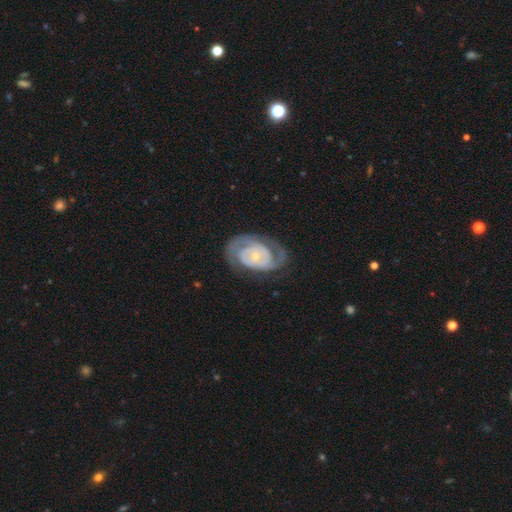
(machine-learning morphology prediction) Q: Smooth or featured?
A: featured or disk (85%); runner-up: smooth (11%)
Q: Edge-on disk?
A: no (97%); runner-up: yes (3%)
Q: Bar?
A: no (76%); runner-up: weak (19%)
Q: Spiral arms?
A: yes (91%); runner-up: no (9%)
Q: Spiral winding?
A: tight (60%); runner-up: medium (30%)
Q: Spiral arm count?
A: 2 (69%); runner-up: can't tell (16%)
Q: Bulge size?
A: small (68%); runner-up: moderate (27%)
Q: Merging?
A: none (69%); runner-up: minor disturbance (18%)